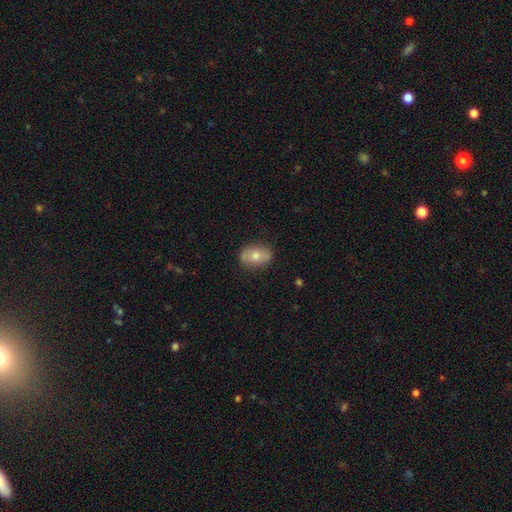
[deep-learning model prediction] smooth_or_featured: smooth (p=0.63) [alt: featured or disk p=0.30]
how_rounded: in between (p=0.76) [alt: round p=0.22]
merging: none (p=0.81) [alt: minor disturbance p=0.14]